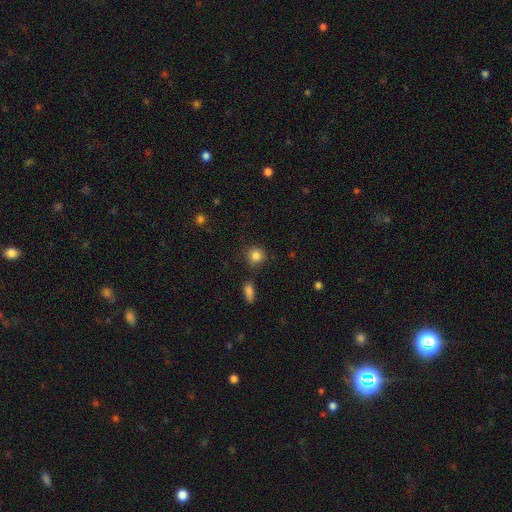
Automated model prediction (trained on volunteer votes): This is clearly a smooth galaxy (85%). How rounded: clearly round (88%). Merging: clearly none (81%).